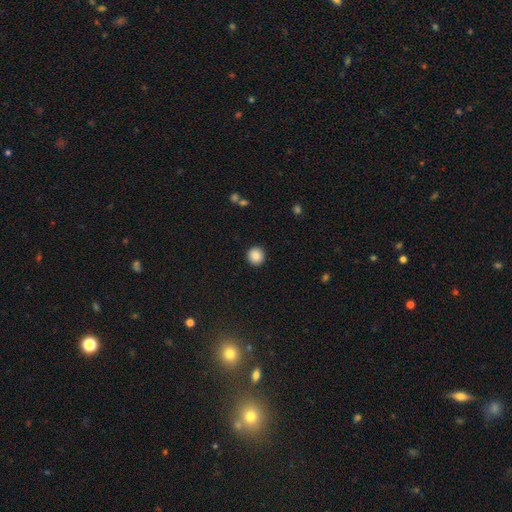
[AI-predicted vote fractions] smooth-or-featured: smooth: 87% | star or artifact: 9% | featured or disk: 4%
  how-rounded: round: 93% | in between: 6% | cigar-shaped: 1%
  merging: none: 92% | minor disturbance: 5% | major disturbance: 2% | merger: 1%